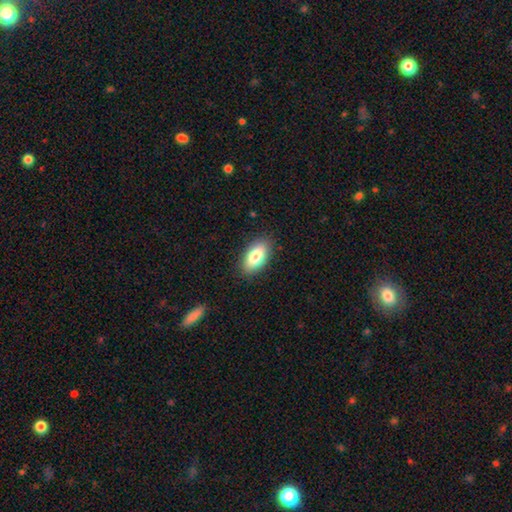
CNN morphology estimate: type=smooth (82%); roundness=in between (92%); merging=none (87%).